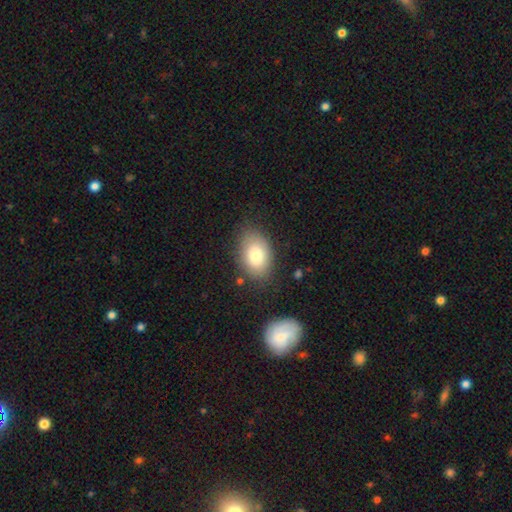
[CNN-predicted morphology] The model was most divided on "merging": none: 76%, minor disturbance: 16%, major disturbance: 4%, merger: 4%. More confident: how rounded — in between (87%); smooth or featured — smooth (82%).